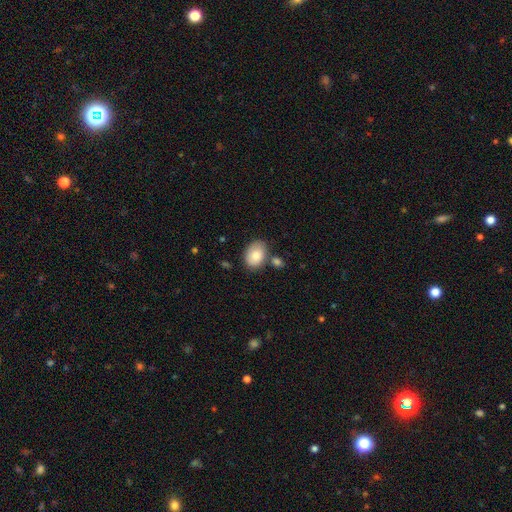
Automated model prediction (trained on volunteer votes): Morphology: type=smooth (83%); roundness=in between (81%); merging=none (67%).